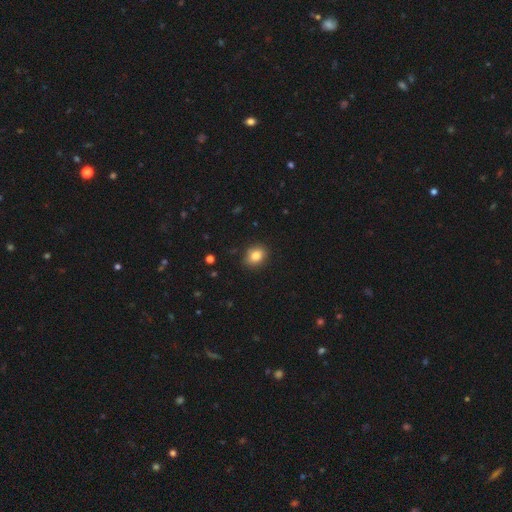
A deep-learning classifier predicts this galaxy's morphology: Smooth or featured? Predicted: smooth (p=0.83). How rounded? Predicted: in between (p=0.51). Merging? Predicted: none (p=0.86).